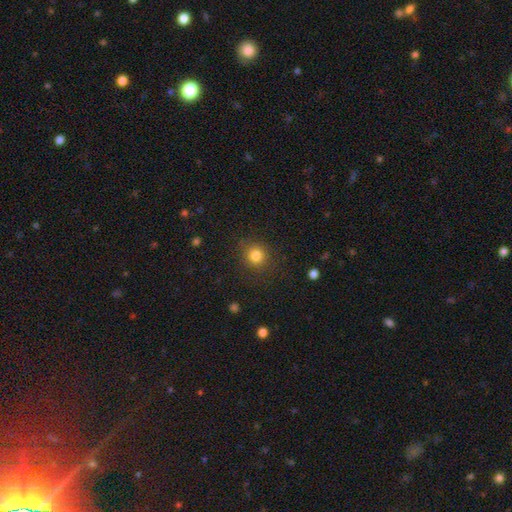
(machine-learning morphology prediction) This is clearly a smooth galaxy (82%). How rounded: clearly round (91%). Merging: clearly none (88%).